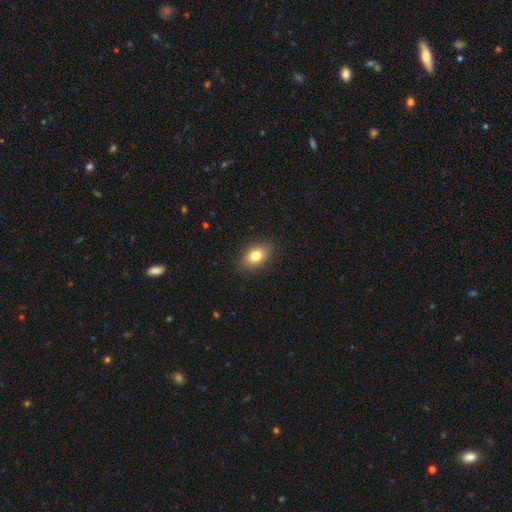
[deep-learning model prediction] A smooth galaxy with no disk features (81%) that is in between round and cigar-shaped (81%).

Vote fractions:
- Smooth or featured? smooth: 81% / featured or disk: 11% / star or artifact: 9%
- How rounded? in between: 81% / round: 18% / cigar-shaped: 2%
- Merging? none: 89% / minor disturbance: 8% / major disturbance: 2% / merger: 1%